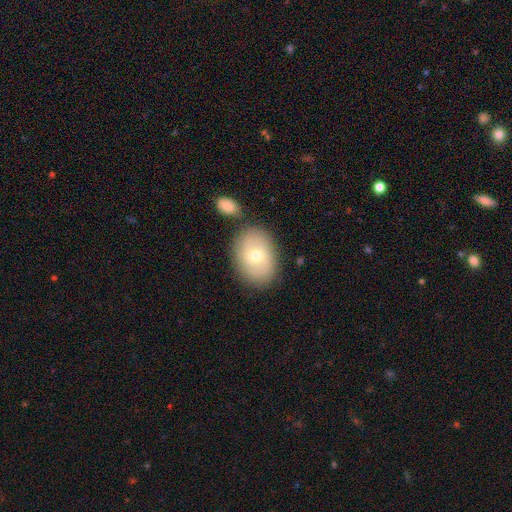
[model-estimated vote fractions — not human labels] A smooth galaxy with no disk features (64%) that is in between round and cigar-shaped (73%). Merging: none (74%).